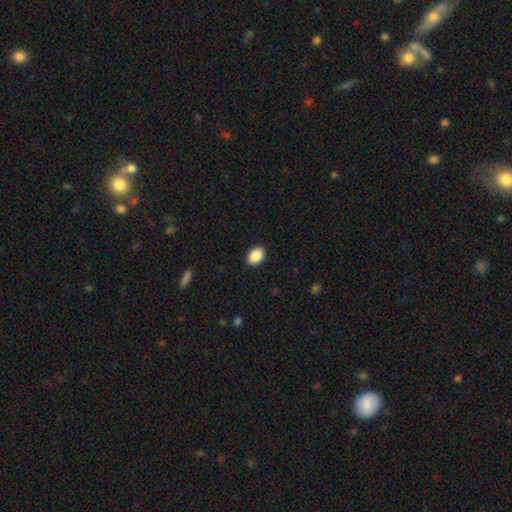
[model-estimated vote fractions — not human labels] Overall: smooth (89%). How rounded: in between (83%). Merging: none (90%).